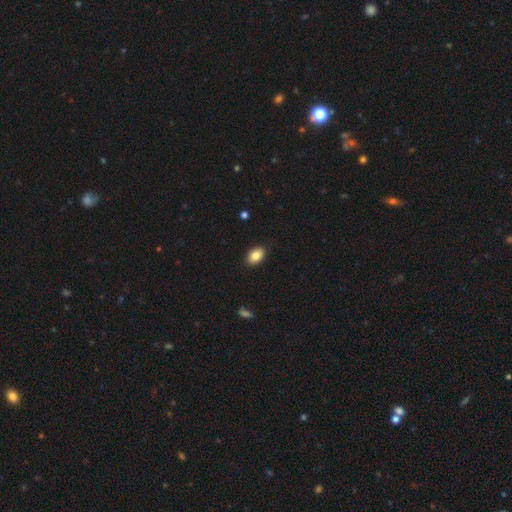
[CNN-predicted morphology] smooth 85%, star or artifact 8%, featured or disk 7%. Down the decision tree: how rounded — in between (86%); merging — none (89%).